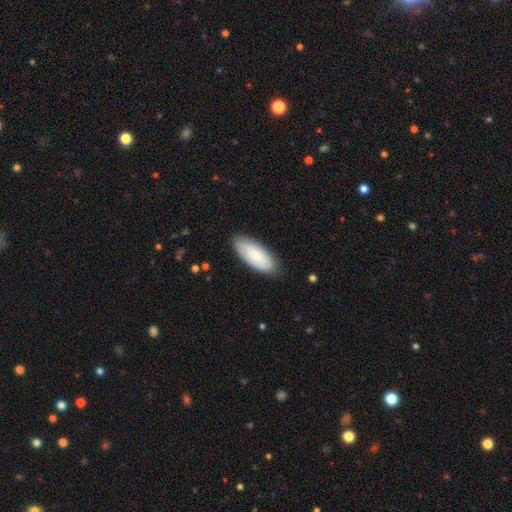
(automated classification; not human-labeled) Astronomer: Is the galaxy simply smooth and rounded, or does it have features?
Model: smooth — 79%.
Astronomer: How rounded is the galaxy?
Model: in between — 83%.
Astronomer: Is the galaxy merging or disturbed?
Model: none — 85%.